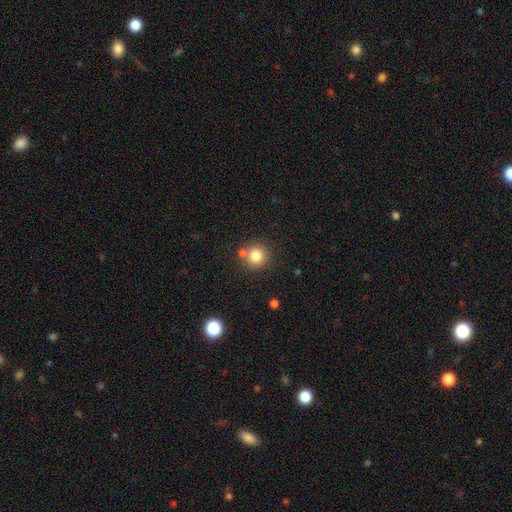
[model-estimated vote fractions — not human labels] Q: Smooth or featured?
A: smooth (81%); runner-up: star or artifact (11%)
Q: How rounded?
A: round (92%); runner-up: in between (7%)
Q: Merging?
A: none (72%); runner-up: merger (16%)